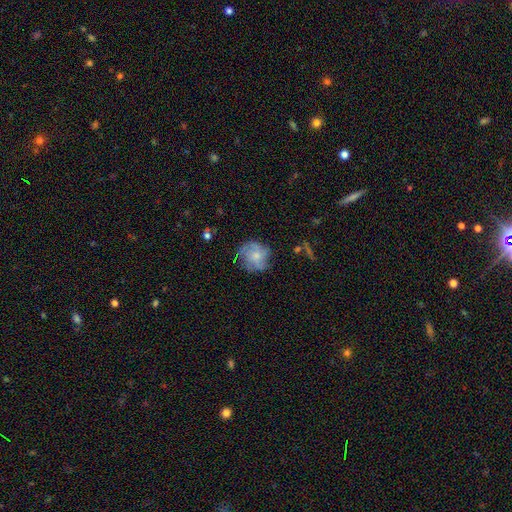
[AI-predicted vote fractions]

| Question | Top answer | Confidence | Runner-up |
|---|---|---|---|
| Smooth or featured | featured or disk | 58% | smooth (33%) |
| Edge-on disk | no | 97% | yes (3%) |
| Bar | no | 79% | weak (18%) |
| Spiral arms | yes | 80% | no (20%) |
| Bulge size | moderate | 45% | small (40%) |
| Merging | none | 66% | minor disturbance (21%) |